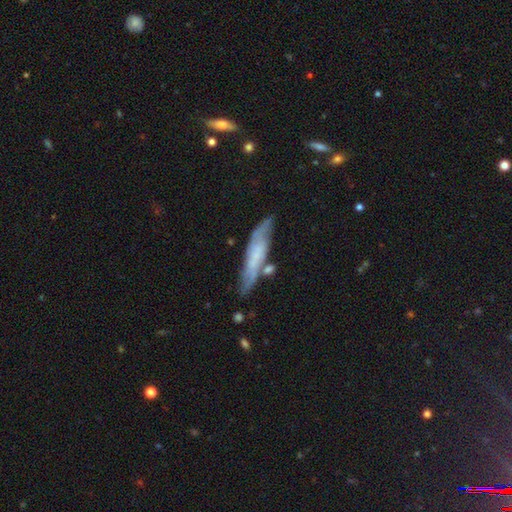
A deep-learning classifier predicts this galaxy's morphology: featured or disk 52%, smooth 41%, star or artifact 8%. Down the decision tree: edge-on disk — yes (56%); merging — none (69%).